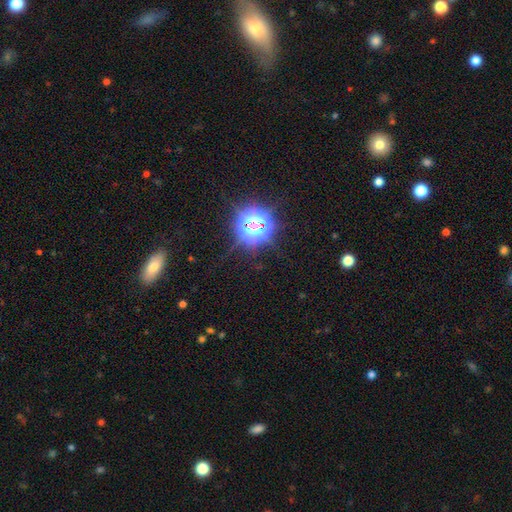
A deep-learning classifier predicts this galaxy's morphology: A star or artifact, not a galaxy (69%).

Vote fractions:
- Smooth or featured? star or artifact: 69% / smooth: 21% / featured or disk: 10%